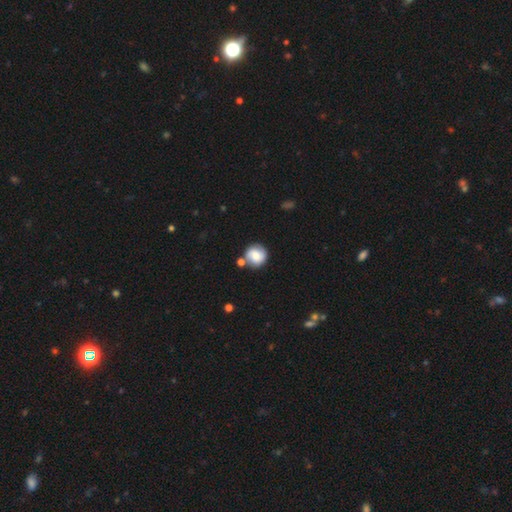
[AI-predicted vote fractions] A smooth galaxy with no disk features (68%) that is round (91%). Merging: none (68%).